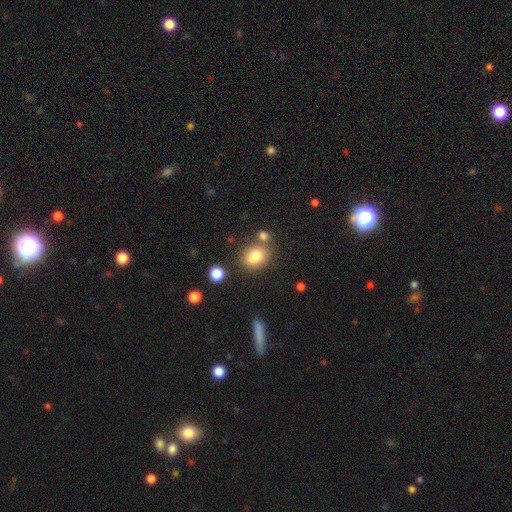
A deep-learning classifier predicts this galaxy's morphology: Q: Smooth or featured?
A: smooth (79%); runner-up: star or artifact (11%)
Q: How rounded?
A: round (56%); runner-up: in between (43%)
Q: Merging?
A: none (67%); runner-up: merger (16%)